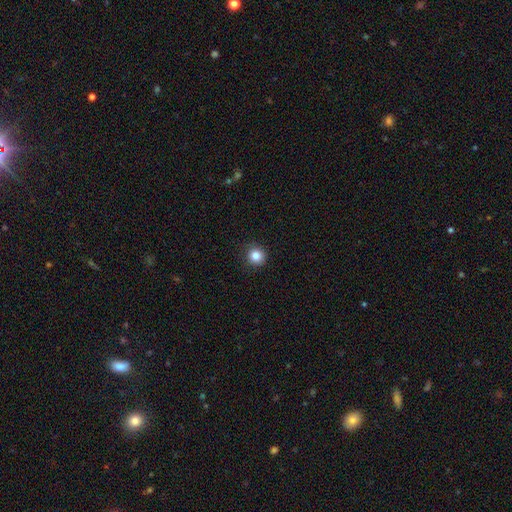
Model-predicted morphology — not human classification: Smooth or featured? Predicted: smooth (p=0.84). How rounded? Predicted: round (p=0.92). Merging? Predicted: none (p=0.88).